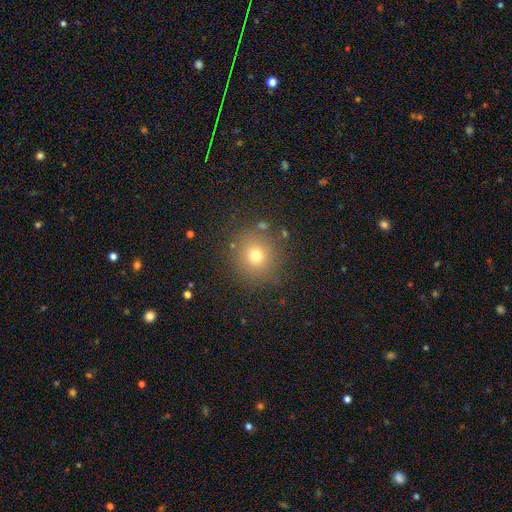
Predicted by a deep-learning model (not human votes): smooth_or_featured: smooth (p=0.71) [alt: star or artifact p=0.19]
how_rounded: round (p=0.92) [alt: in between p=0.07]
merging: none (p=0.86) [alt: minor disturbance p=0.08]